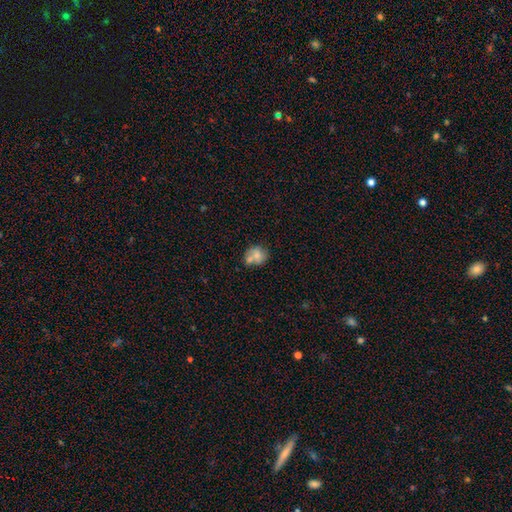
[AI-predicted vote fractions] Morphology: type=smooth (67%); roundness=round (70%); merging=none (44%).